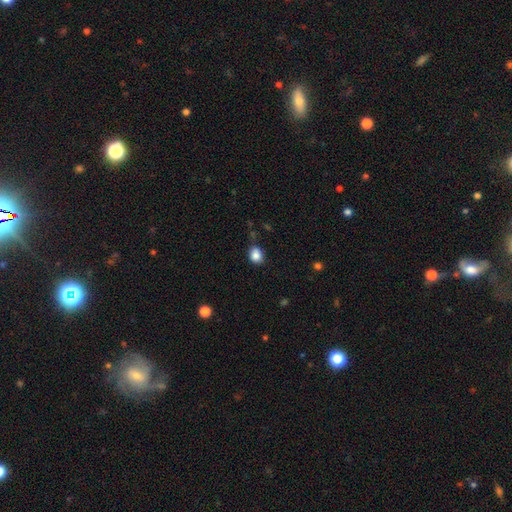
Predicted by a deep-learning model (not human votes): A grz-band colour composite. It shows a smooth galaxy with no disk features (86%) that is round (56%). Merging: none (73%).